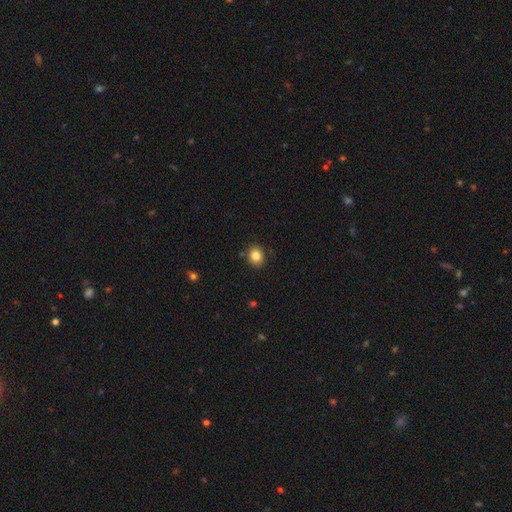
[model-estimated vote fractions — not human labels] The model was most divided on "how rounded": round: 61%, in between: 38%, cigar-shaped: 1%. More confident: merging — none (88%); smooth or featured — smooth (83%).